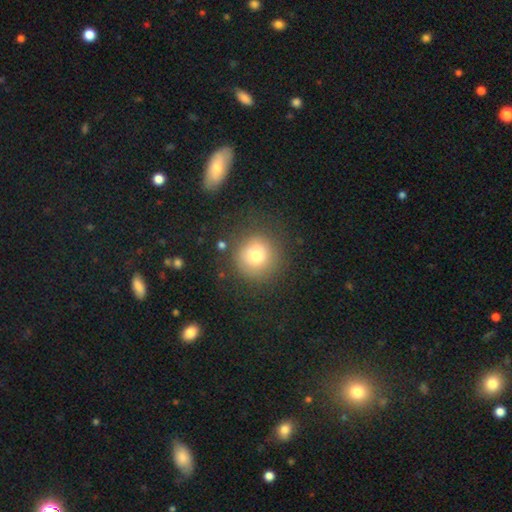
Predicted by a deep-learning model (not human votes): Overall: smooth (75%). How rounded: round (93%). Merging: none (79%).